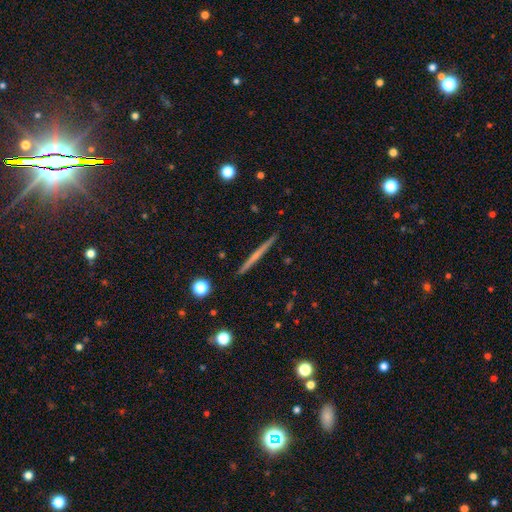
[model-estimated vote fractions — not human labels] Smooth or featured: featured or disk — 55% (smooth — 39%)
Edge-on disk: yes — 98% (no — 2%)
Edge-on bulge: none — 82% (rounded — 14%)
Merging: none — 92% (minor disturbance — 5%)